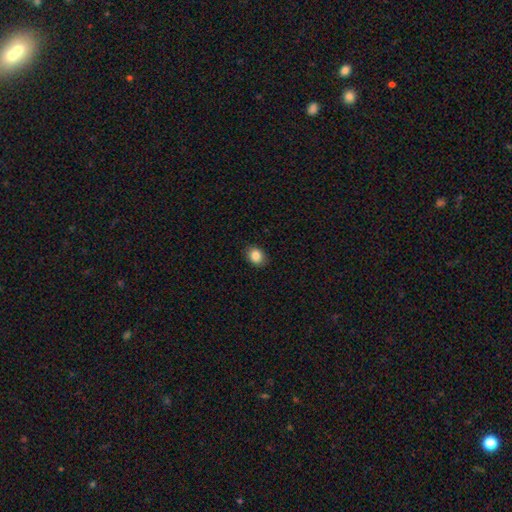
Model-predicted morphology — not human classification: A smooth galaxy with no disk features (86%) that is in between round and cigar-shaped (63%).

Vote fractions:
- Smooth or featured? smooth: 86% / star or artifact: 9% / featured or disk: 6%
- How rounded? in between: 63% / round: 36% / cigar-shaped: 1%
- Merging? none: 89% / minor disturbance: 9% / major disturbance: 2% / merger: 1%